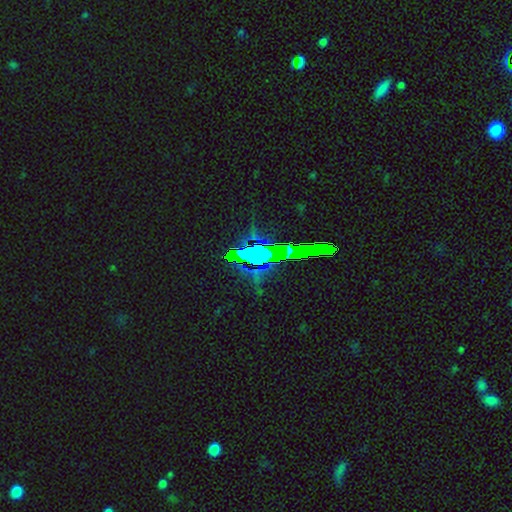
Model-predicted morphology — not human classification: Smooth or featured: star or artifact — 73% (smooth — 14%)